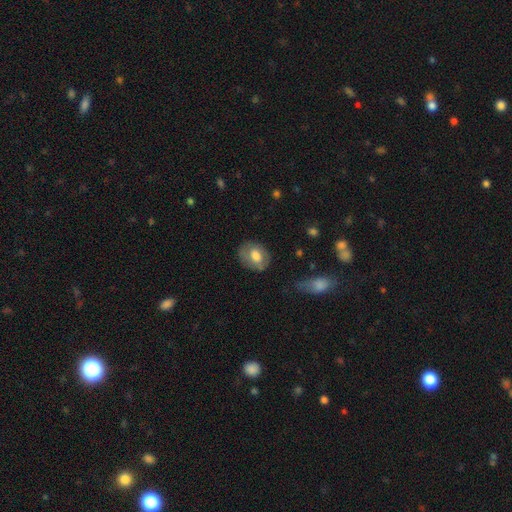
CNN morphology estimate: Smooth or featured?
  - smooth: 62% *
  - featured or disk: 31%
  - star or artifact: 7%
How rounded?
  - in between: 59% *
  - round: 39%
  - cigar-shaped: 1%
Merging?
  - none: 73% *
  - minor disturbance: 19%
  - major disturbance: 6%
  - merger: 2%